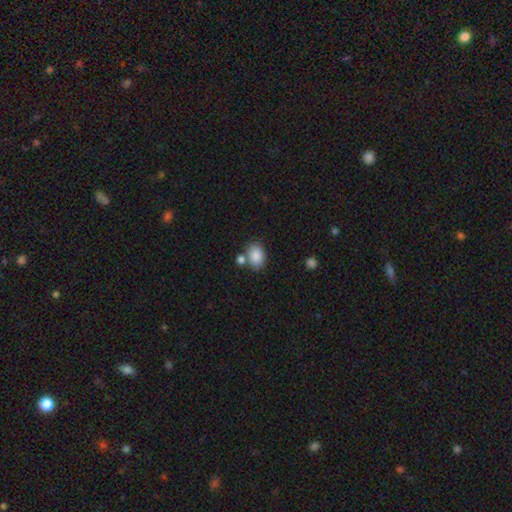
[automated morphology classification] smooth-or-featured: smooth: 87% | star or artifact: 8% | featured or disk: 5%
  how-rounded: in between: 79% | round: 20% | cigar-shaped: 1%
  merging: none: 65% | merger: 18% | minor disturbance: 13% | major disturbance: 4%